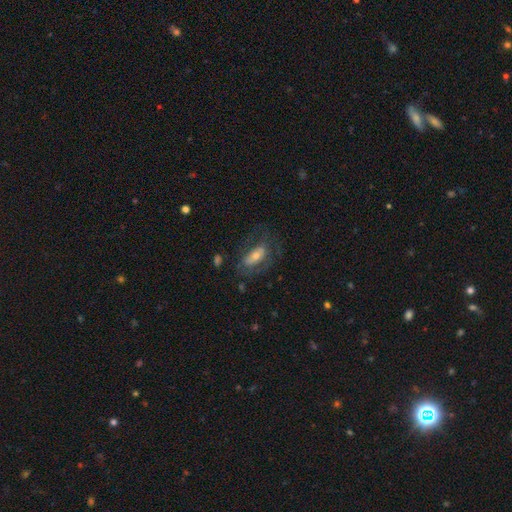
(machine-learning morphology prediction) A smooth galaxy with no disk features (46%).

Vote fractions:
- Smooth or featured? smooth: 46% / featured or disk: 44% / star or artifact: 10%
- Merging? none: 58% / minor disturbance: 20% / major disturbance: 20% / merger: 2%